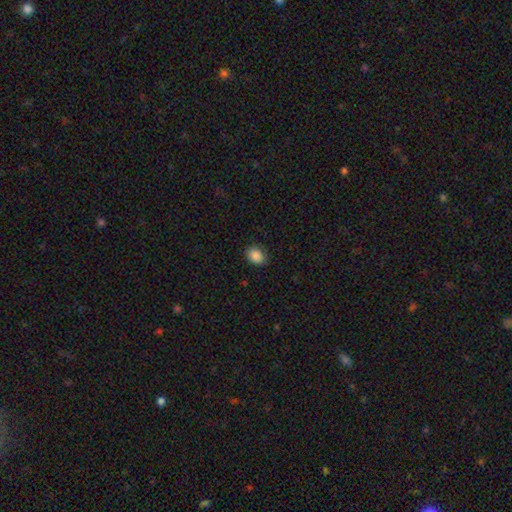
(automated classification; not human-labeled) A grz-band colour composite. It shows a smooth galaxy with no disk features (88%) that is in between round and cigar-shaped (57%). Merging: none (86%).